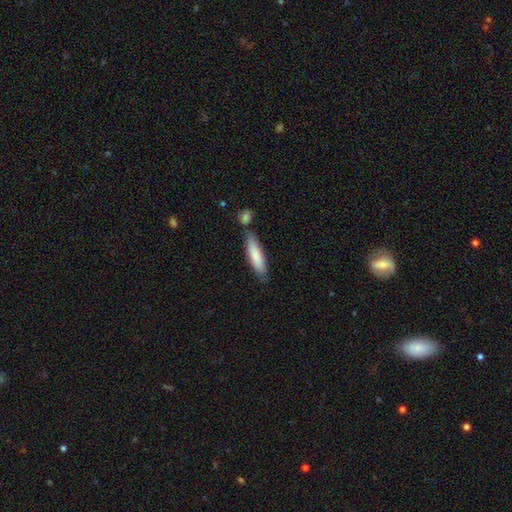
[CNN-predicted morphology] Smooth or featured? smooth (80%)
How rounded? cigar-shaped (73%)
Merging? none (72%)